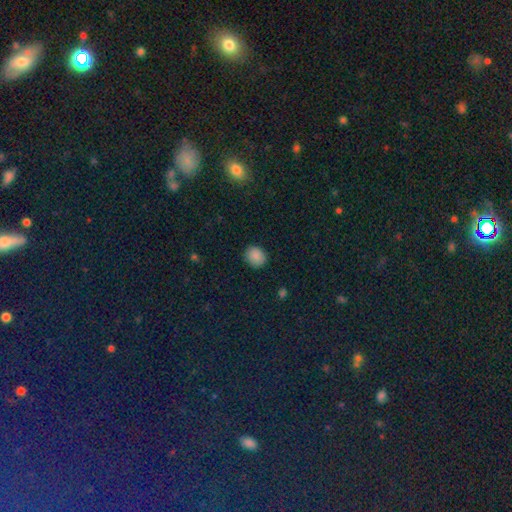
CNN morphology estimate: smooth_or_featured: smooth (p=0.86) [alt: star or artifact p=0.10]
how_rounded: round (p=0.69) [alt: in between p=0.30]
merging: none (p=0.86) [alt: minor disturbance p=0.10]